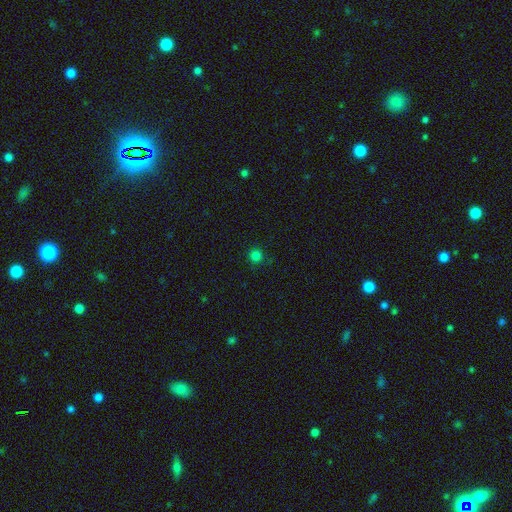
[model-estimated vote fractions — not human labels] A smooth galaxy with no disk features (80%) that is round (95%). Merging: none (89%).